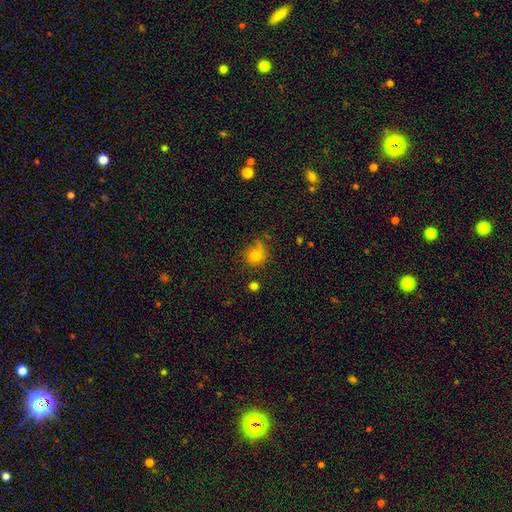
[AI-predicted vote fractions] Overall: smooth (77%). How rounded: round (86%). Merging: none (64%).